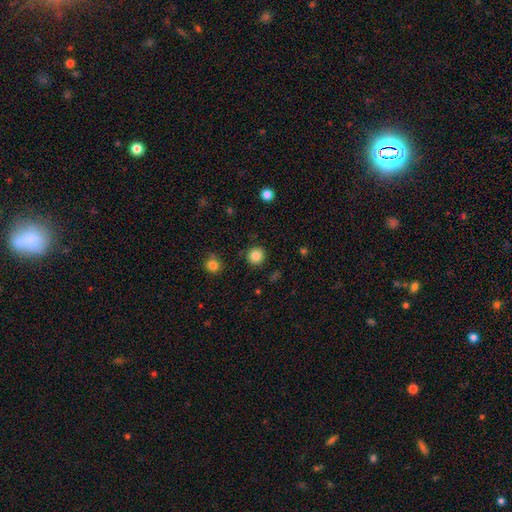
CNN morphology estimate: This appears to be a smooth galaxy with no disk features (85%) that is round (93%). Merging: none (90%).